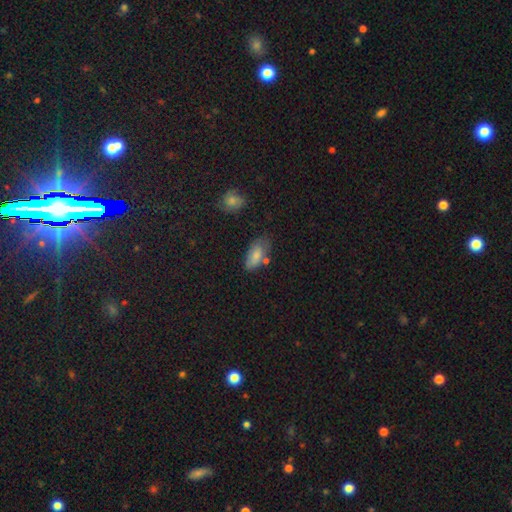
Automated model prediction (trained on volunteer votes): This is likely a smooth galaxy (77%). How rounded: clearly in between (90%). Merging: possibly none (56%).